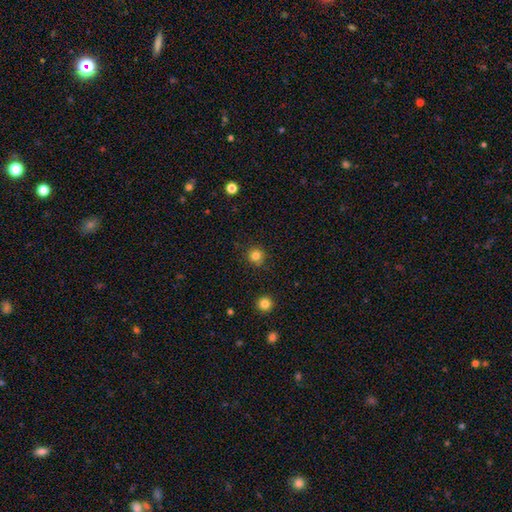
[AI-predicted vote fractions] A smooth galaxy with no disk features (82%) that is round (94%). Merging: none (88%).